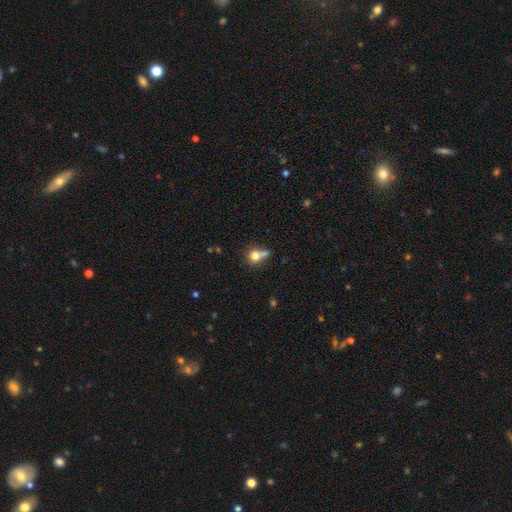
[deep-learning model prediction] This is likely a smooth galaxy (73%). How rounded: likely round (68%). Merging: marginally none (40%).